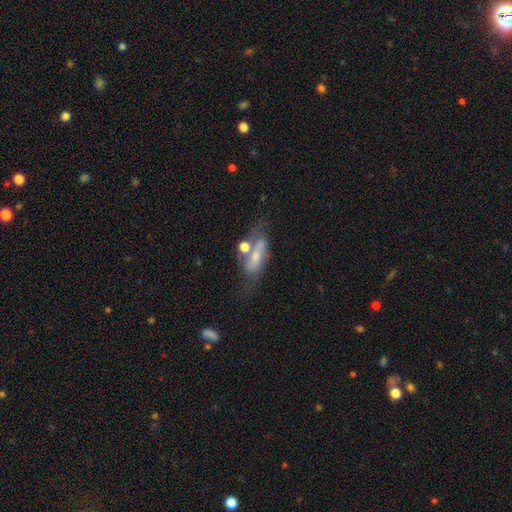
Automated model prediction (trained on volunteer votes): smooth-or-featured: featured or disk: 52% | smooth: 39% | star or artifact: 10%
  disk-edge-on: no: 77% | yes: 23%
  merging: none: 41% | minor disturbance: 22% | merger: 21% | major disturbance: 16%